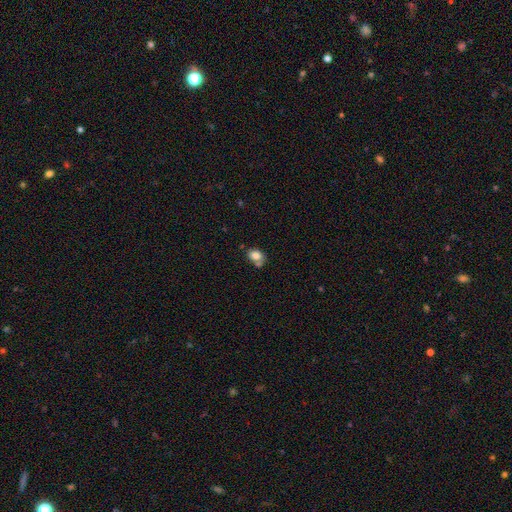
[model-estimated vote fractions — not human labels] Smooth or featured: smooth — 80% (featured or disk — 10%)
How rounded: in between — 65% (round — 34%)
Merging: none — 53% (merger — 24%)